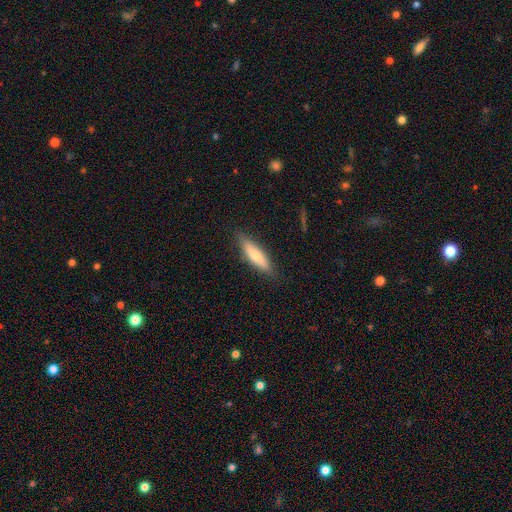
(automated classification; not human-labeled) smooth 70%, featured or disk 24%, star or artifact 6%. Down the decision tree: how rounded — cigar-shaped (70%); merging — none (84%).